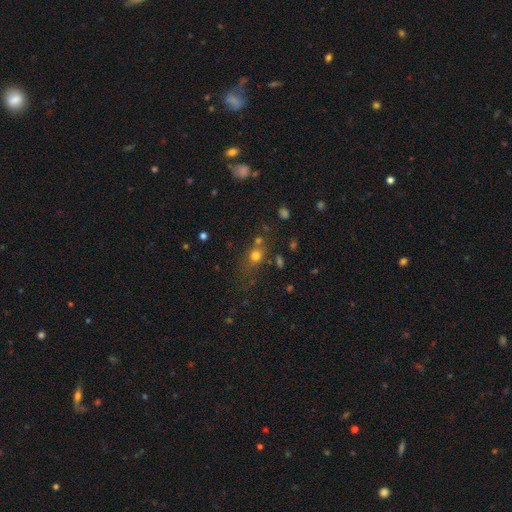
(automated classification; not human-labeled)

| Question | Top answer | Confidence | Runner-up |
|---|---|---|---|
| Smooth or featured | smooth | 72% | star or artifact (17%) |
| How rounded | round | 69% | in between (29%) |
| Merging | none | 59% | minor disturbance (16%) |